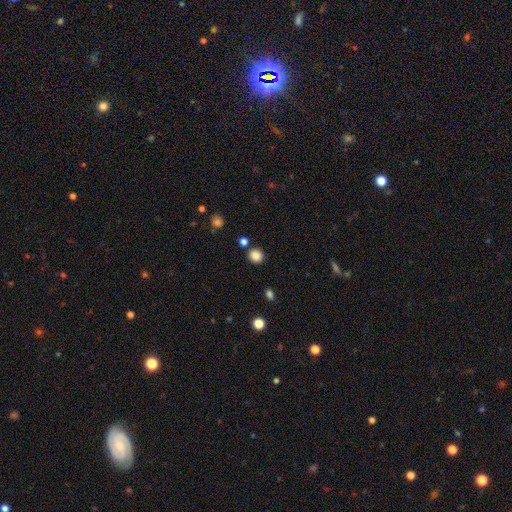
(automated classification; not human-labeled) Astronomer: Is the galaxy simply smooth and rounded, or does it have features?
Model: smooth — 85%.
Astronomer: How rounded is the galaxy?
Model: round — 86%.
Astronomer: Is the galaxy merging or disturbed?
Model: none — 85%.